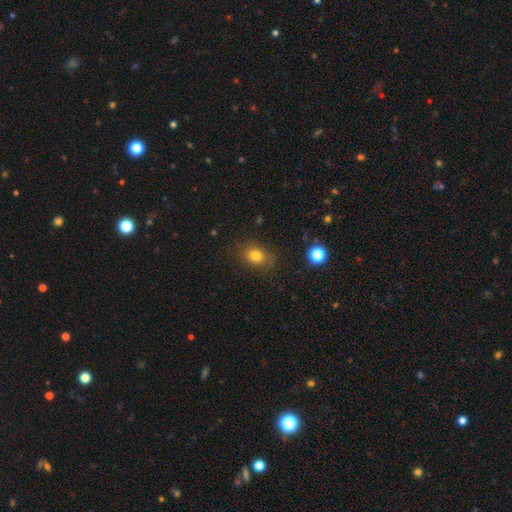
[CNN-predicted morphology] This appears to be a smooth galaxy with no disk features (80%) that is in between round and cigar-shaped (57%). Merging: none (81%).